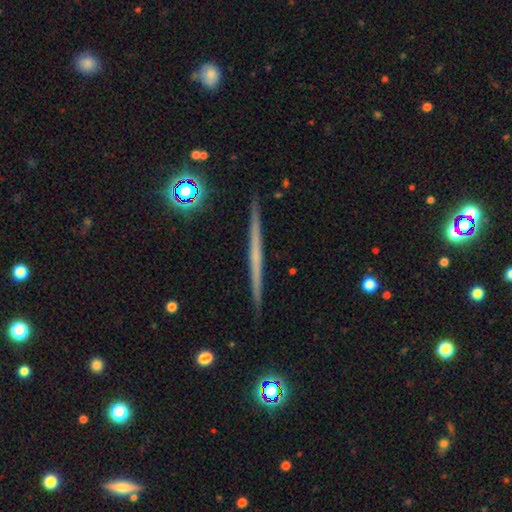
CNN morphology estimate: featured or disk 62%, smooth 30%, star or artifact 8%. Down the decision tree: edge-on disk — yes (98%); edge-on bulge — none (88%); merging — none (92%).